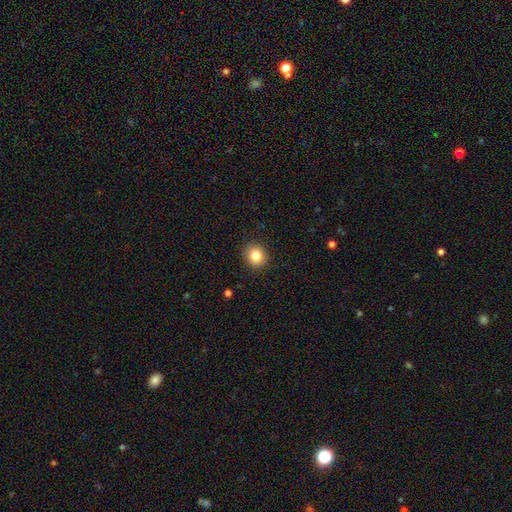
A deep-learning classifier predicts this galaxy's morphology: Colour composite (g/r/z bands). It shows a smooth galaxy with no disk features (83%) that is round (82%). Merging: none (91%).